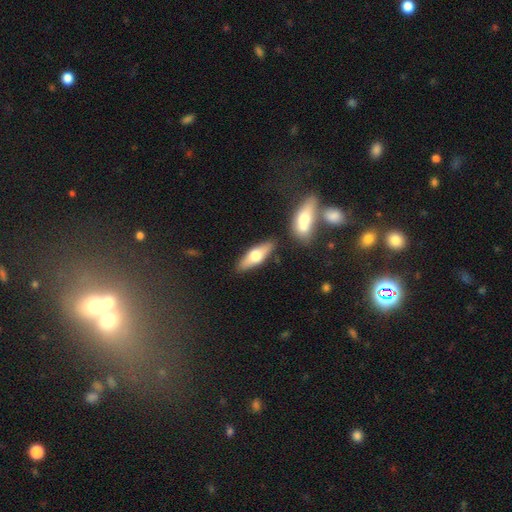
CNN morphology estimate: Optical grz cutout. It shows a smooth galaxy with no disk features (51%) that is cigar-shaped (49%). Merging: none (82%).